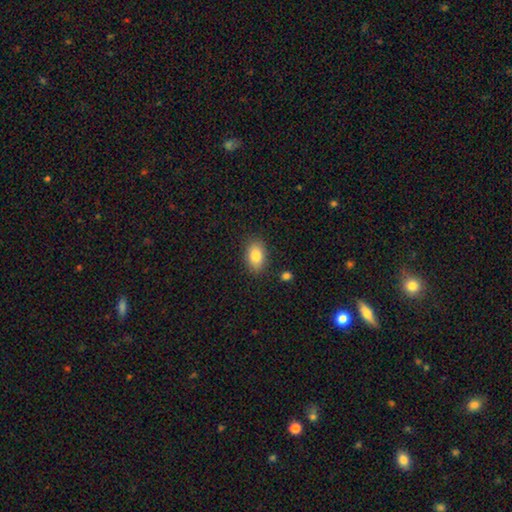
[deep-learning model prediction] Smooth or featured: smooth — 83% (featured or disk — 9%)
How rounded: in between — 87% (round — 11%)
Merging: none — 85% (minor disturbance — 11%)